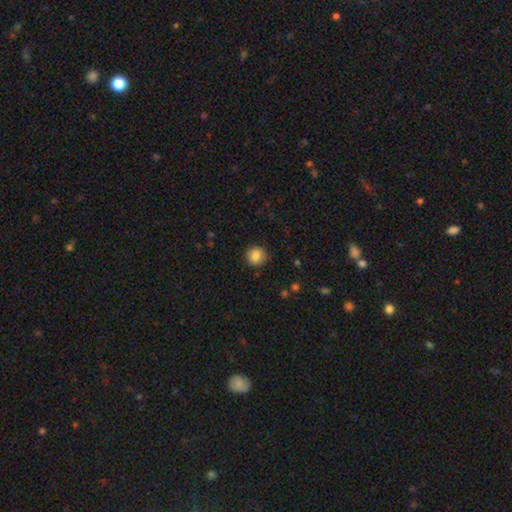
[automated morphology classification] type=smooth (85%); roundness=round (91%); merging=none (87%).